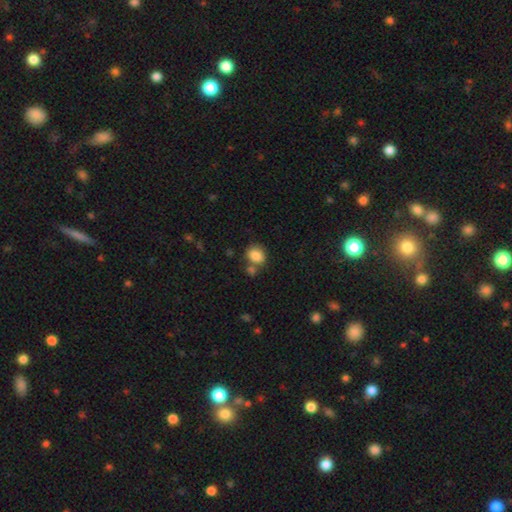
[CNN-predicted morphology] smooth_or_featured: smooth (p=0.85) [alt: star or artifact p=0.09]
how_rounded: in between (p=0.50) [alt: round p=0.49]
merging: none (p=0.60) [alt: merger p=0.21]